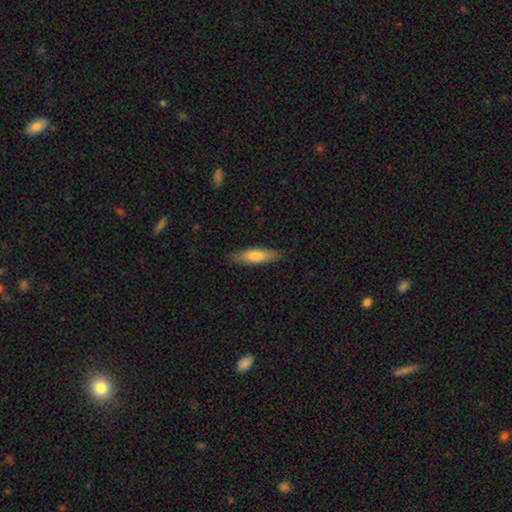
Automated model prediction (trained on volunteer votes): smooth 68%, featured or disk 26%, star or artifact 6%. Down the decision tree: how rounded — cigar-shaped (77%); merging — none (88%).